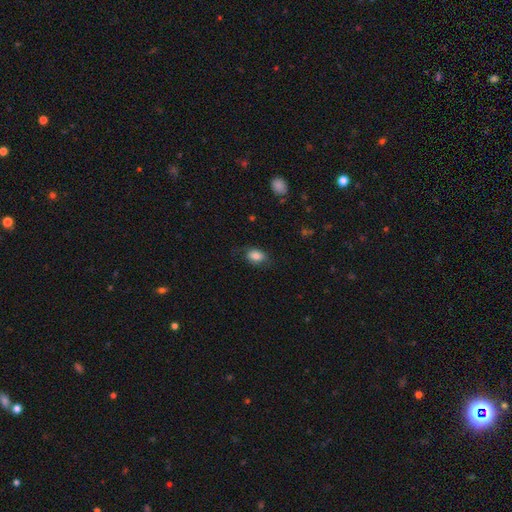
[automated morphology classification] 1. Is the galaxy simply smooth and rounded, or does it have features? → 82% smooth, 10% featured or disk, 8% star or artifact.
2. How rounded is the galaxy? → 82% in between, 16% round, 2% cigar-shaped.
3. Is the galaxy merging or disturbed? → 68% none, 21% minor disturbance, 9% major disturbance, 1% merger.